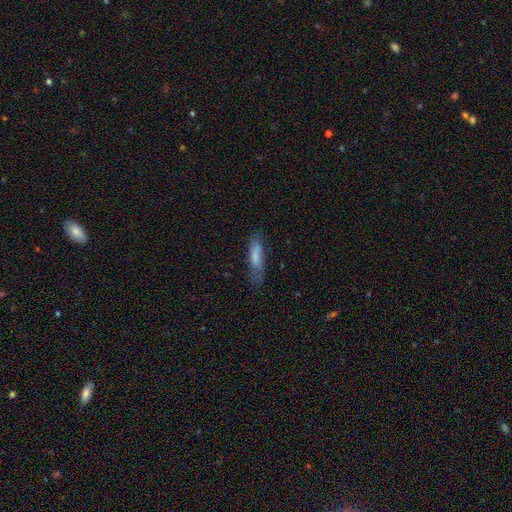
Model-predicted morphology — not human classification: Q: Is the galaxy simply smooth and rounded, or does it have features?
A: smooth — 69%.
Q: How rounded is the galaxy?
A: cigar-shaped — 61%.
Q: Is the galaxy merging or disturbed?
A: none — 62%.